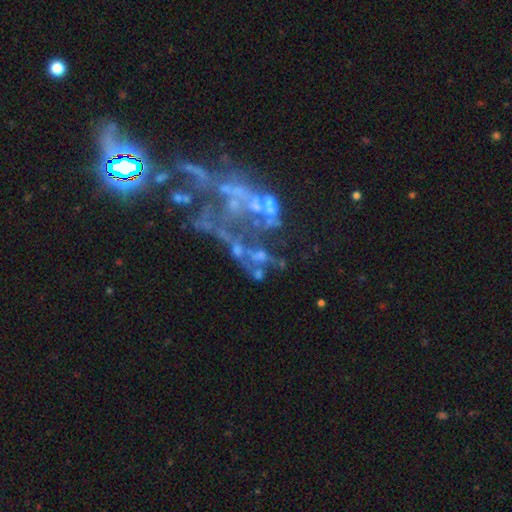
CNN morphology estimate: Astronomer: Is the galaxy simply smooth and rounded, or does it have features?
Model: featured or disk — 63%.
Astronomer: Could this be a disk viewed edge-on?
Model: no — 97%.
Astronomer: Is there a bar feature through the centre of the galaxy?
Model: no — 90%.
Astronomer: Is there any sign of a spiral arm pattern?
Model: no — 87%.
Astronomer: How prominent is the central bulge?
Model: none — 76%.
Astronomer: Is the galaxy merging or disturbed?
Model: major disturbance — 35% (runner-up: none, 29%).